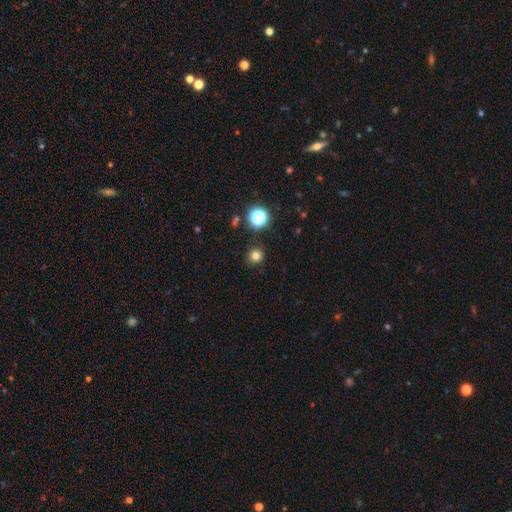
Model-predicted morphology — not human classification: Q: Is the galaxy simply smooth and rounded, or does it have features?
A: smooth — 79%.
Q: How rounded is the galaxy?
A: round — 91%.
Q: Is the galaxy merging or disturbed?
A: none — 88%.